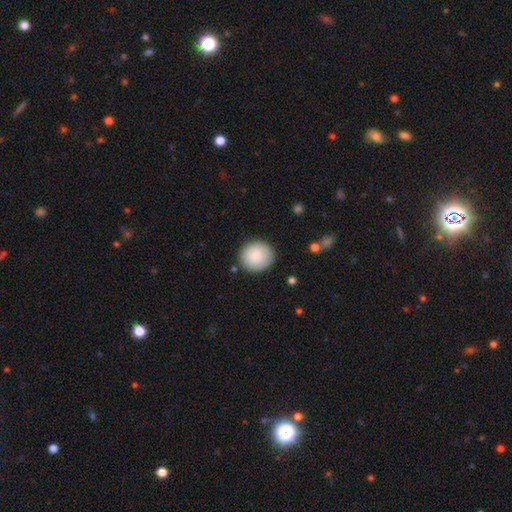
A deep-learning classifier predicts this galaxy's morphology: smooth 81%, featured or disk 12%, star or artifact 6%. Down the decision tree: how rounded — round (86%); merging — none (86%).